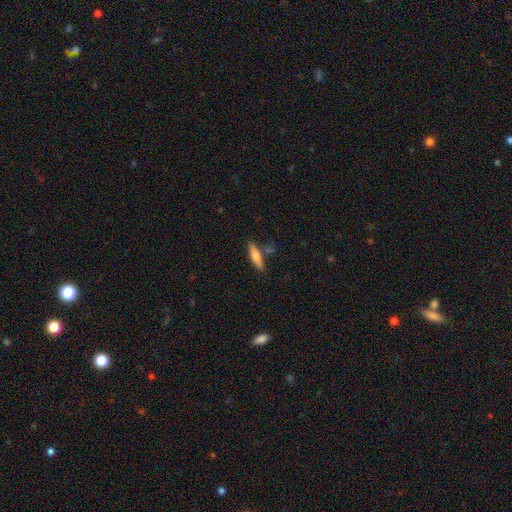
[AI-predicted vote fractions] Overall: smooth (67%). How rounded: cigar-shaped (72%). Merging: none (74%).